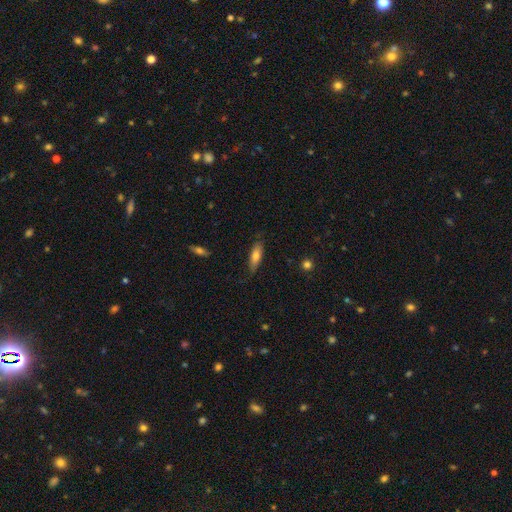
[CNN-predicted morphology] type=smooth (69%); roundness=cigar-shaped (51%); merging=none (77%).